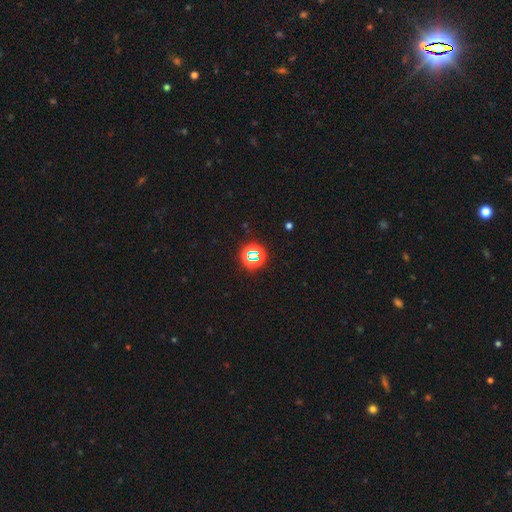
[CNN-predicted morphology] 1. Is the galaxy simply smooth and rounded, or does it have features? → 68% star or artifact, 22% smooth, 10% featured or disk.